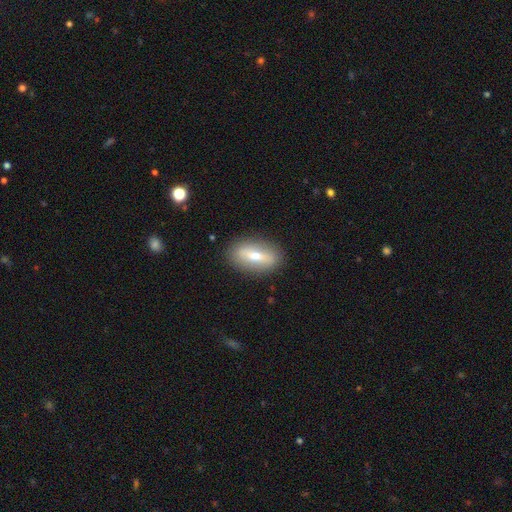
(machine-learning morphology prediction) A smooth galaxy with no disk features (52%) that is in between round and cigar-shaped (77%). Merging: none (87%).